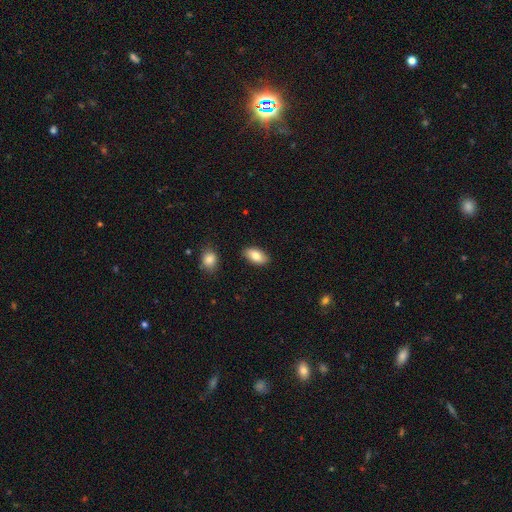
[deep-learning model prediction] Overall: smooth (82%). How rounded: in between (93%). Merging: none (87%).